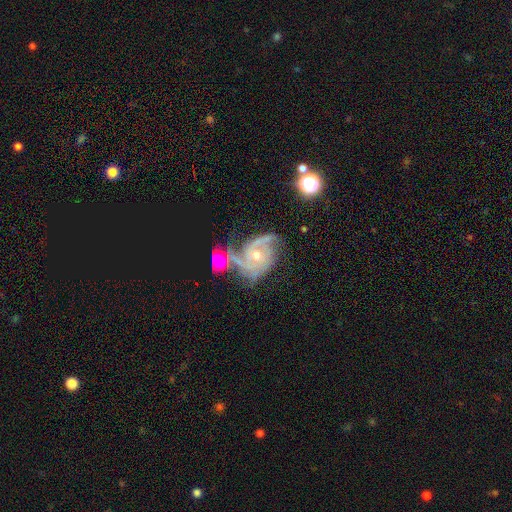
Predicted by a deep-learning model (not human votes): Overall: featured or disk (88%). Edge-on disk: no (98%). Bar: no (68%). Spiral arms: yes (97%). Spiral arm count: 3 (38%; 2 31%). Spiral winding: tight (47%; medium 43%). Bulge size: small (58%; moderate 39%). Merging: none (41%; minor disturbance 22%).